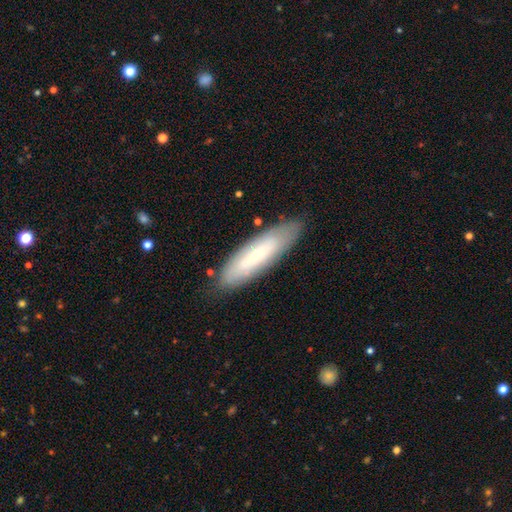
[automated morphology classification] smooth 64%, featured or disk 29%, star or artifact 7%. Down the decision tree: how rounded — cigar-shaped (64%); merging — none (81%).